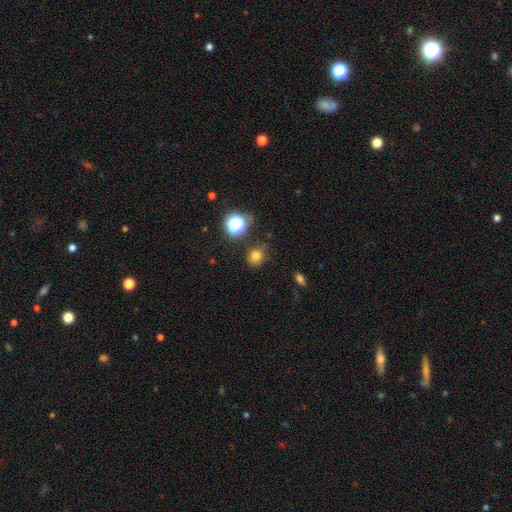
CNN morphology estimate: Smooth or featured: smooth — 75% (star or artifact — 18%)
How rounded: round — 68% (in between — 31%)
Merging: none — 74% (minor disturbance — 18%)